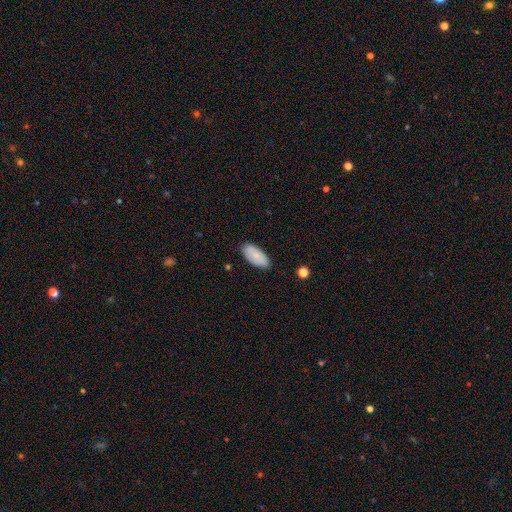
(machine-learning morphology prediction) Smooth or featured? smooth (77%)
How rounded? in between (91%)
Merging? none (83%)